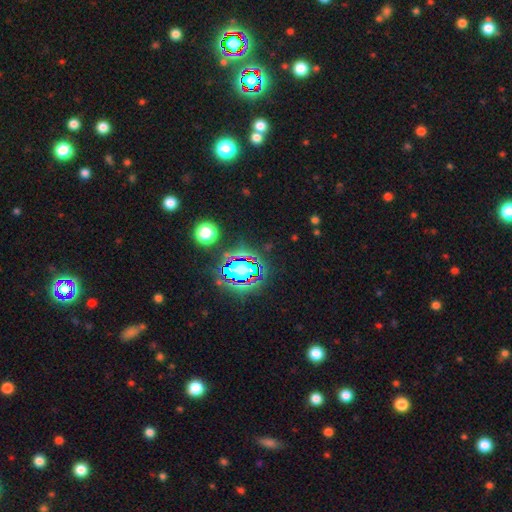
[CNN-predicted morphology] Smooth or featured: star or artifact — 79% (smooth — 13%)